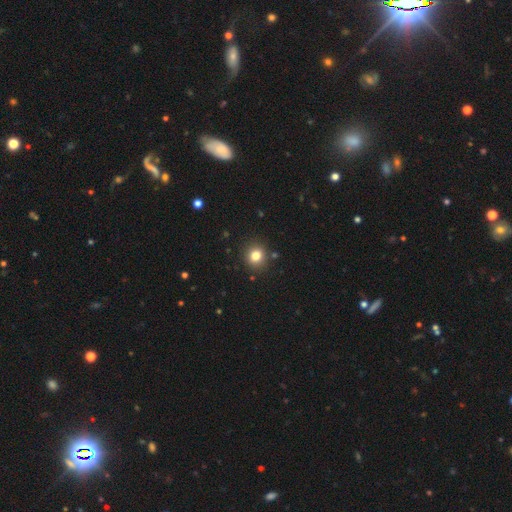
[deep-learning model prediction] A smooth galaxy with no disk features (80%) that is round (84%). Merging: none (88%).